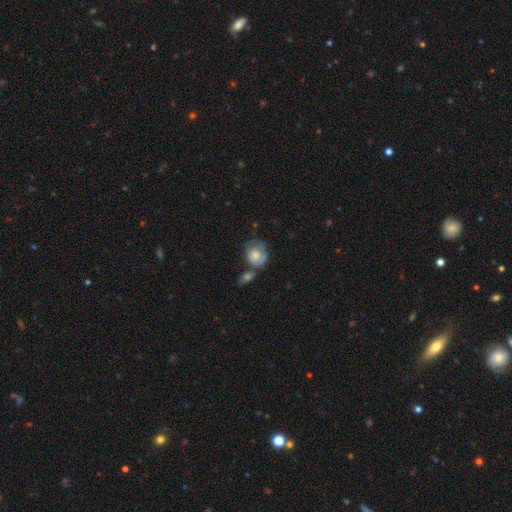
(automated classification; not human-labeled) Smooth or featured? smooth (67%)
How rounded? round (68%)
Merging? none (37%)